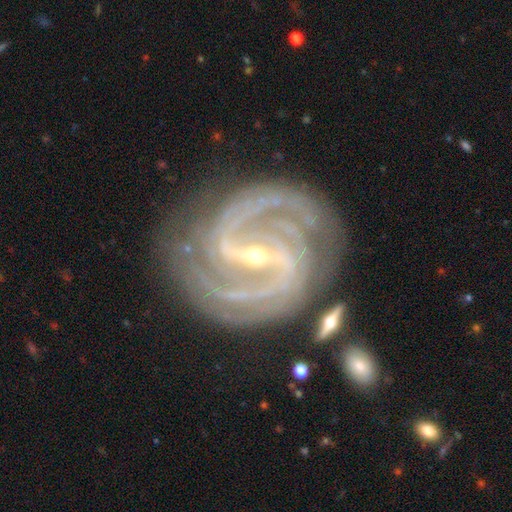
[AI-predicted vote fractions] The model was most divided on "spiral winding": tight: 54%, medium: 40%, loose: 6%. Remaining: spiral arms — yes (99%); edge-on disk — no (97%); smooth or featured — featured or disk (94%); bulge size — small (79%); merging — none (78%); bar — strong (69%); spiral arm count — 2 (49%).